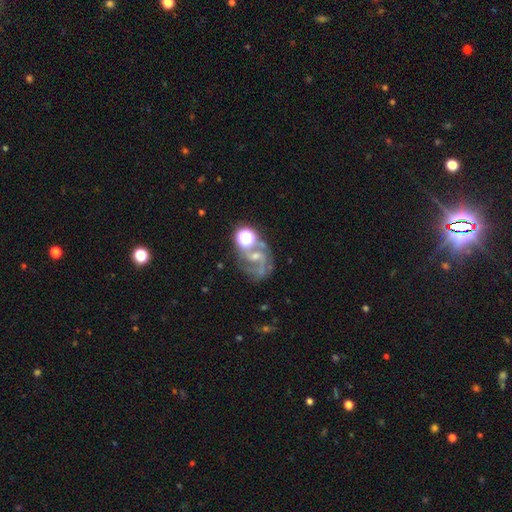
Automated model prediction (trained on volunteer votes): featured or disk 66%, star or artifact 20%, smooth 15%. Down the decision tree: edge-on disk — no (98%); bar — no (48%); spiral arms — yes (87%); spiral arm count — 2 (60%); spiral winding — medium (49%); bulge size — small (50%); merging — none (42%).